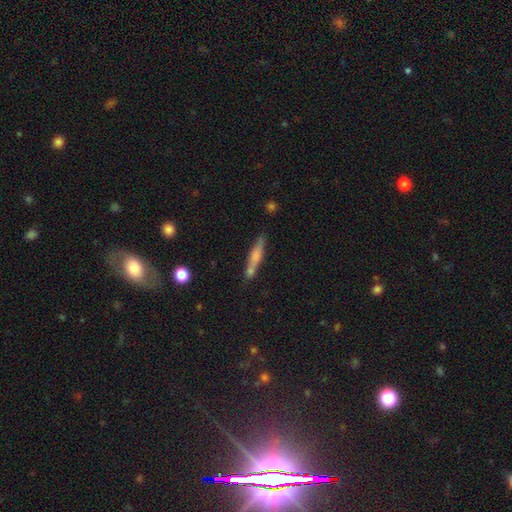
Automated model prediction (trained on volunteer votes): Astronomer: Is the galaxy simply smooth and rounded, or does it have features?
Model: smooth — 62%.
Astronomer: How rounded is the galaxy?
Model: cigar-shaped — 87%.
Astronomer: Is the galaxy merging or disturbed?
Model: none — 65%.